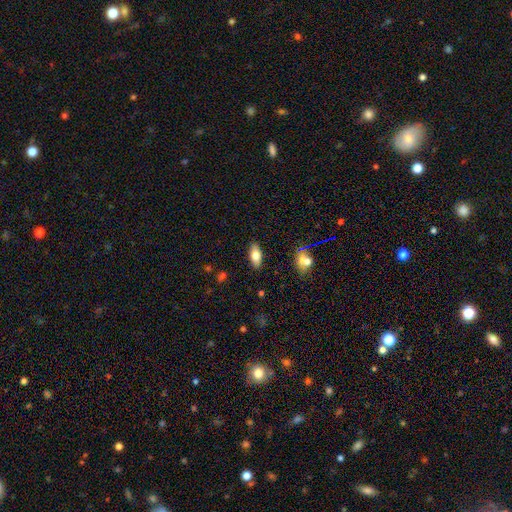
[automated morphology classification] Smooth or featured? Predicted: smooth (p=0.74). How rounded? Predicted: in between (p=0.84). Merging? Predicted: none (p=0.88).